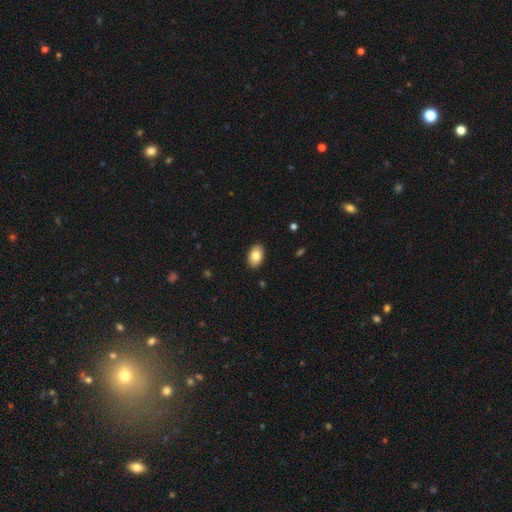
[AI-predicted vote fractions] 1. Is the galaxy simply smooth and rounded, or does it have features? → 84% smooth, 9% featured or disk, 7% star or artifact.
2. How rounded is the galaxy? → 90% in between, 9% round, 1% cigar-shaped.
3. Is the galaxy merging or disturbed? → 90% none, 7% minor disturbance, 2% major disturbance, 1% merger.